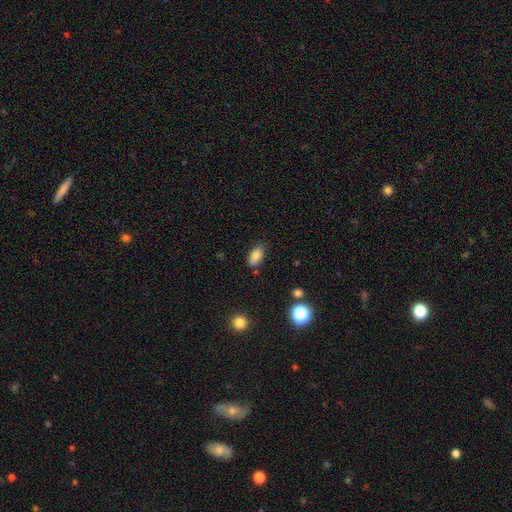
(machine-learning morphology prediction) Q: Smooth or featured?
A: smooth (84%); runner-up: star or artifact (10%)
Q: How rounded?
A: in between (90%); runner-up: round (6%)
Q: Merging?
A: none (80%); runner-up: minor disturbance (14%)